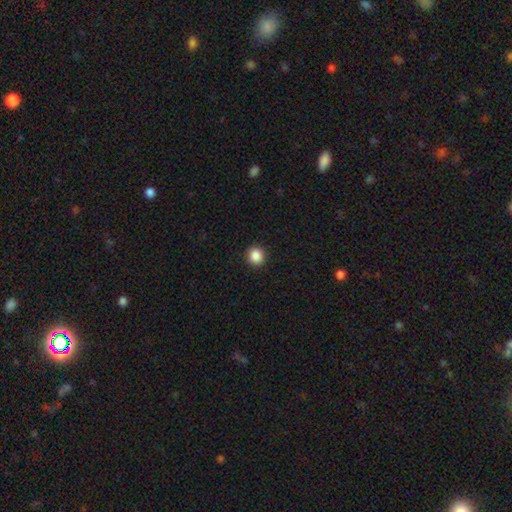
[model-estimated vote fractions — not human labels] Smooth or featured: smooth — 87% (star or artifact — 10%)
How rounded: round — 93% (in between — 6%)
Merging: none — 93% (minor disturbance — 5%)